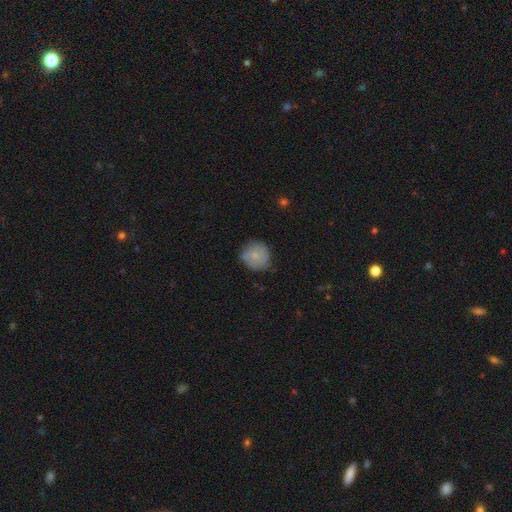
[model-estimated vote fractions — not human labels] Overall: smooth (70%). How rounded: round (91%). Merging: none (71%).